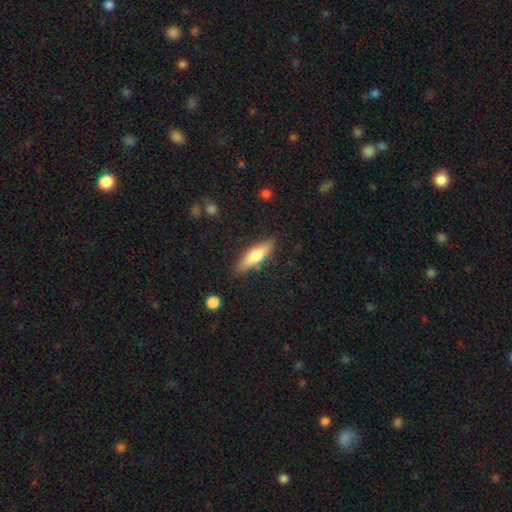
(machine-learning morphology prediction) smooth-or-featured: smooth: 71% | featured or disk: 23% | star or artifact: 6%
  how-rounded: cigar-shaped: 52% | in between: 46% | round: 2%
  merging: none: 84% | minor disturbance: 11% | major disturbance: 2% | merger: 2%